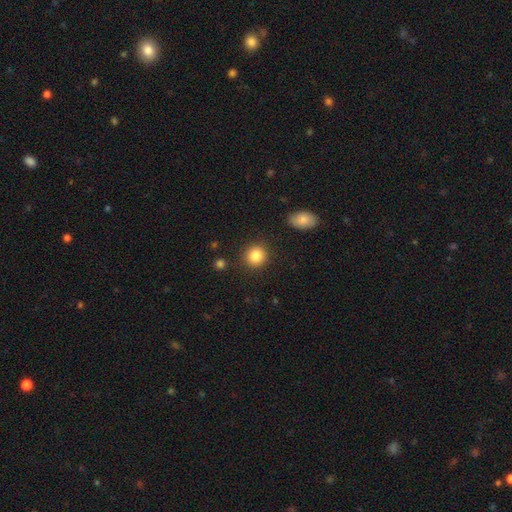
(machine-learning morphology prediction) smooth_or_featured: smooth (p=0.86) [alt: star or artifact p=0.09]
how_rounded: round (p=0.89) [alt: in between p=0.10]
merging: none (p=0.89) [alt: minor disturbance p=0.06]